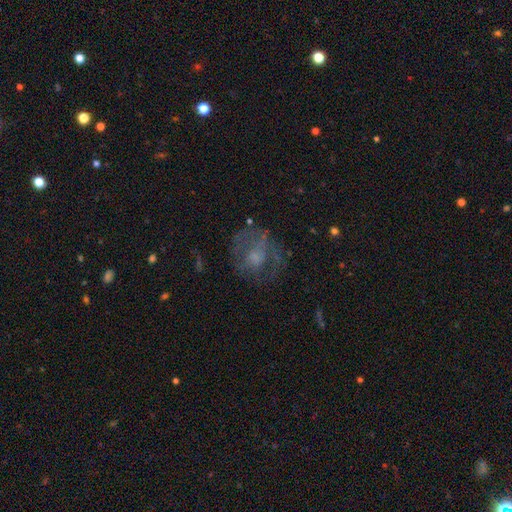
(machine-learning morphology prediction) A featured or disk galaxy (49%). Merging: none (54%).